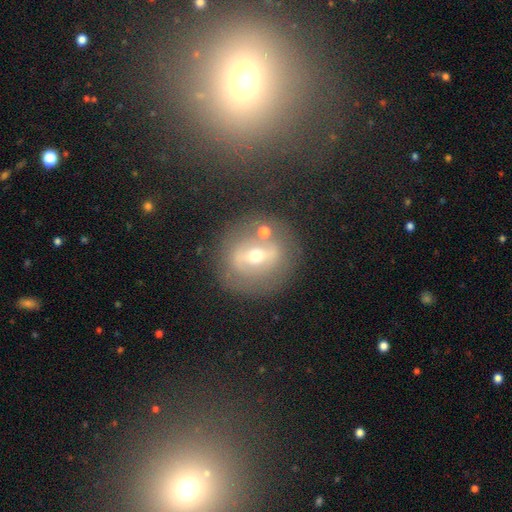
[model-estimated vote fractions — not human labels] Smooth or featured? Predicted: featured or disk (p=0.60). Edge-on disk? Predicted: no (p=0.90). Bar? Predicted: strong (p=0.46). Spiral arms? Predicted: no (p=0.69). Bulge size? Predicted: moderate (p=0.61). Merging? Predicted: none (p=0.74).